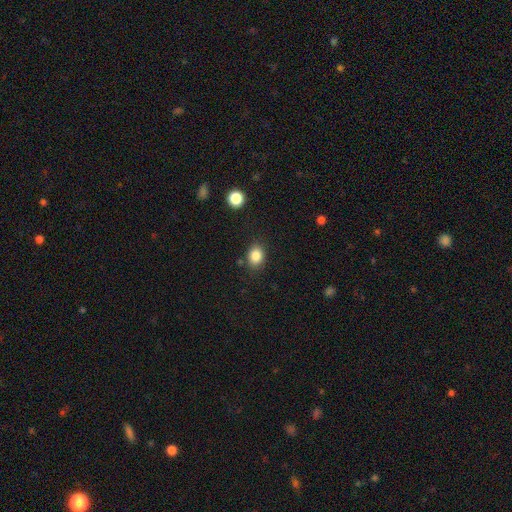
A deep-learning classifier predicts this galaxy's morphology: smooth 85%, star or artifact 10%, featured or disk 5%. Down the decision tree: how rounded — in between (51%); merging — none (82%).